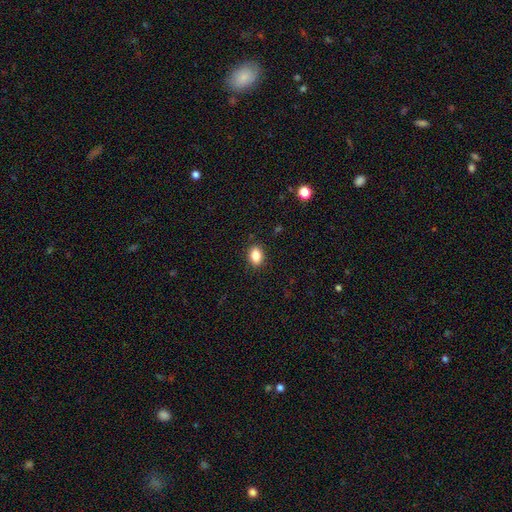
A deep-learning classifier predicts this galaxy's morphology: Q: Smooth or featured?
A: smooth (86%); runner-up: star or artifact (9%)
Q: How rounded?
A: in between (81%); runner-up: round (17%)
Q: Merging?
A: none (88%); runner-up: minor disturbance (9%)